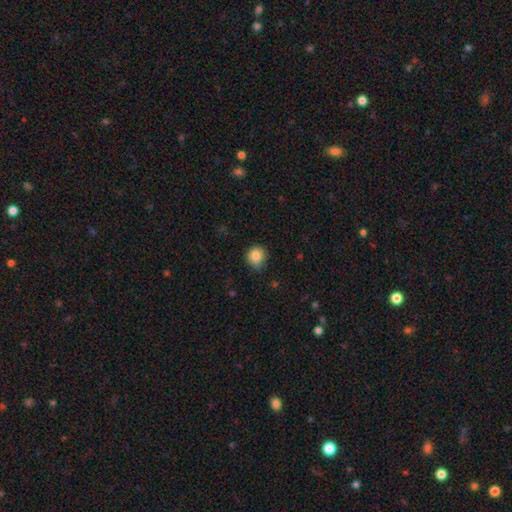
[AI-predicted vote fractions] smooth-or-featured: smooth: 85% | star or artifact: 10% | featured or disk: 5%
  how-rounded: round: 89% | in between: 10% | cigar-shaped: 1%
  merging: none: 79% | minor disturbance: 17% | major disturbance: 3% | merger: 1%